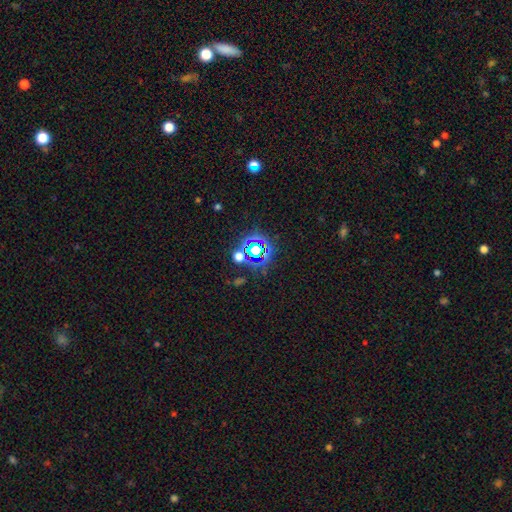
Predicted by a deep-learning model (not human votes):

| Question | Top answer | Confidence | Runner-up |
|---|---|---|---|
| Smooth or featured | star or artifact | 66% | smooth (23%) |